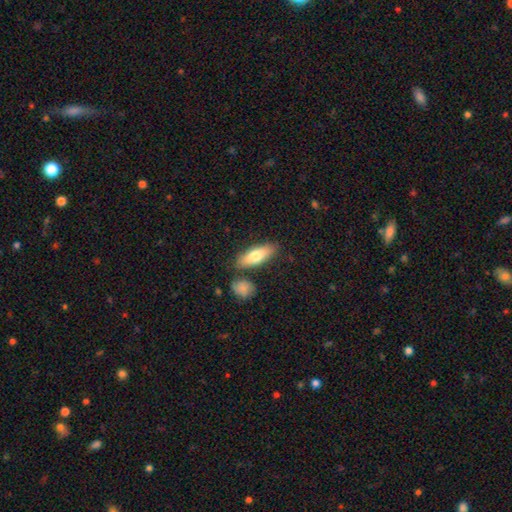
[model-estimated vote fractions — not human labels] This appears to be a smooth galaxy with no disk features (72%) that is in between round and cigar-shaped (63%). Merging: none (79%).